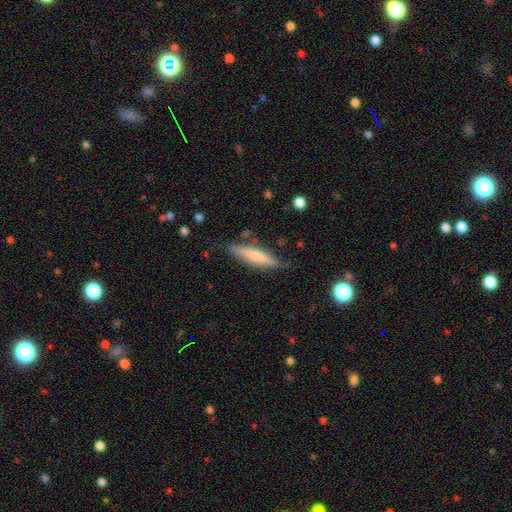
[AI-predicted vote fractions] A smooth galaxy with no disk features (64%) that is cigar-shaped (82%).

Vote fractions:
- Smooth or featured? smooth: 64% / featured or disk: 30% / star or artifact: 6%
- How rounded? cigar-shaped: 82% / in between: 16% / round: 1%
- Merging? none: 77% / minor disturbance: 17% / major disturbance: 4% / merger: 2%